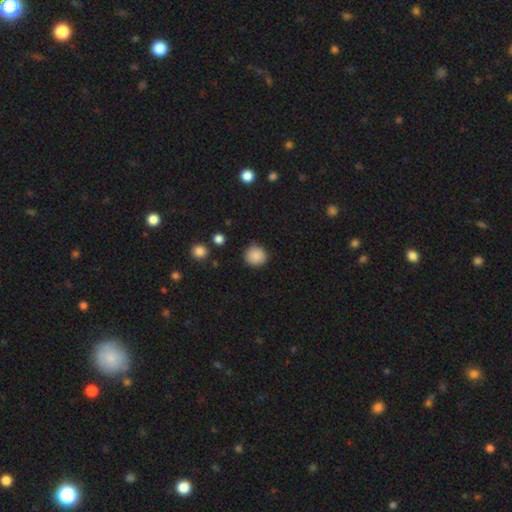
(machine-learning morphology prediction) This appears to be a smooth galaxy with no disk features (87%) that is round (90%). Merging: none (85%).